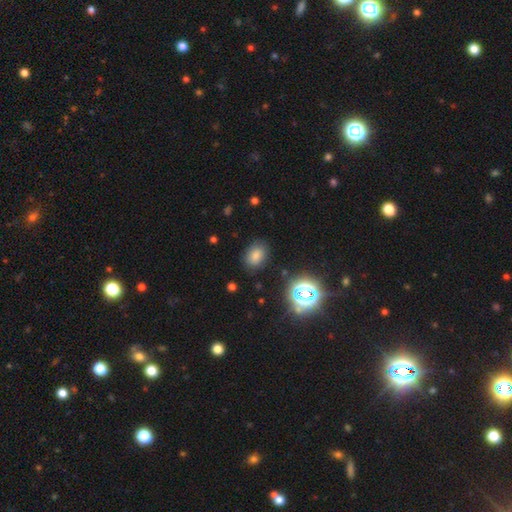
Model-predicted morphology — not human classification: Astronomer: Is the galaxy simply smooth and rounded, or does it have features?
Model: smooth — 77%.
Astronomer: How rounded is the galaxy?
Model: in between — 74%.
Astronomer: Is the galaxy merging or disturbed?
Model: none — 84%.